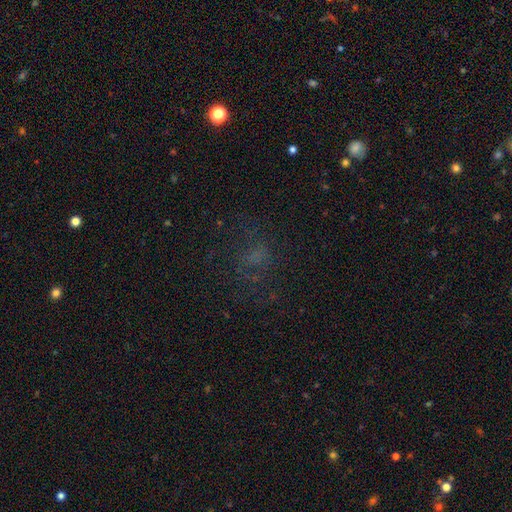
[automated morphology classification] This appears to be a smooth galaxy with no disk features (38%). Merging: none (58%).